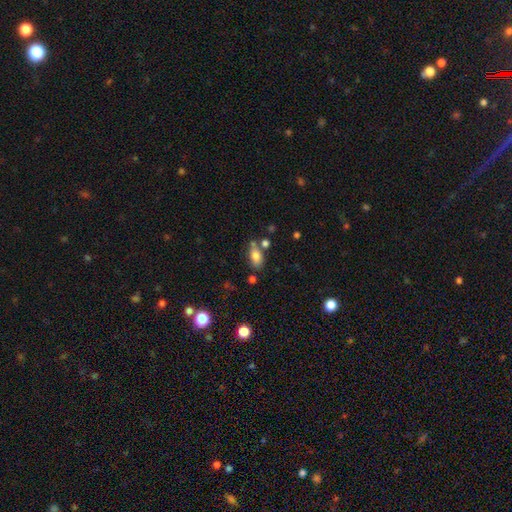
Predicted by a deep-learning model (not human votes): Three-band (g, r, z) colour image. It shows a smooth galaxy with no disk features (77%) that is in between round and cigar-shaped (87%). Merging: none (62%).